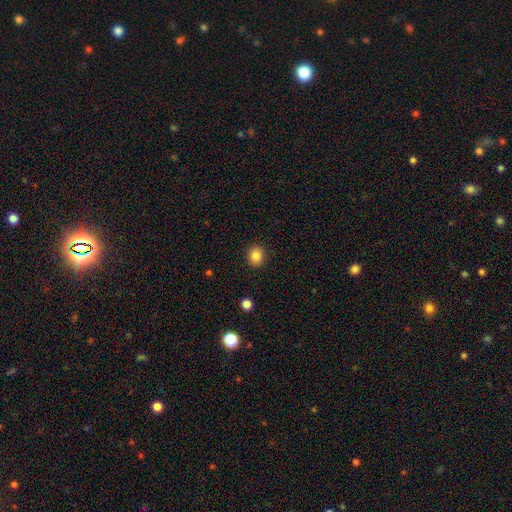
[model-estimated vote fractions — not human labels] The model was most divided on "how rounded": round: 67%, in between: 32%, cigar-shaped: 1%. More confident: merging — none (90%); smooth or featured — smooth (86%).